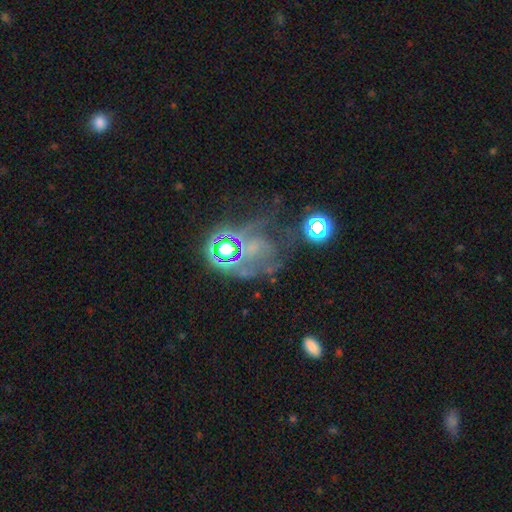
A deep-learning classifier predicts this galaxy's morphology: Smooth or featured? star or artifact (55%)